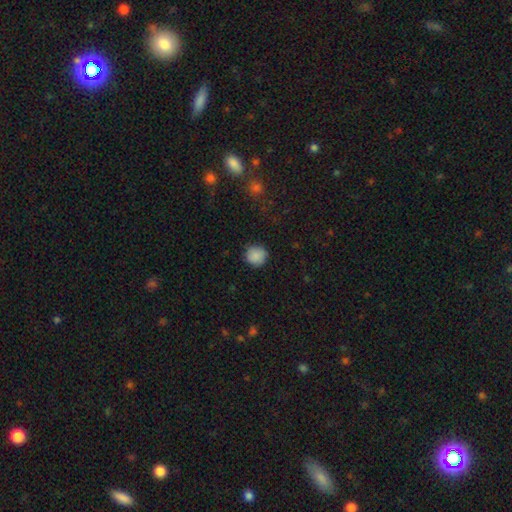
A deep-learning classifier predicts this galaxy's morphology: The model was most divided on "merging": none: 87%, minor disturbance: 9%, major disturbance: 2%, merger: 1%. More confident: how rounded — round (92%); smooth or featured — smooth (87%).